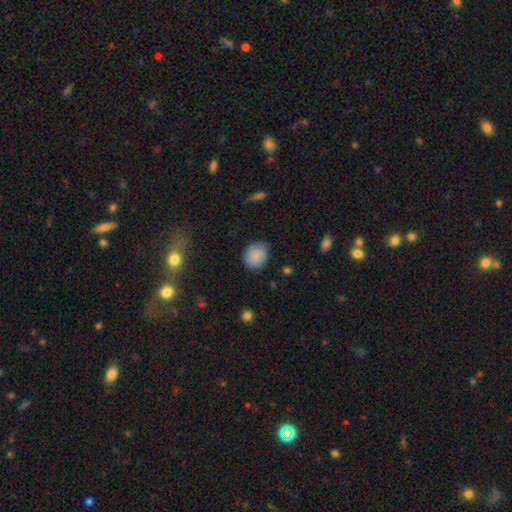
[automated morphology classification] smooth 87%, star or artifact 8%, featured or disk 5%. Down the decision tree: how rounded — round (75%); merging — none (84%).